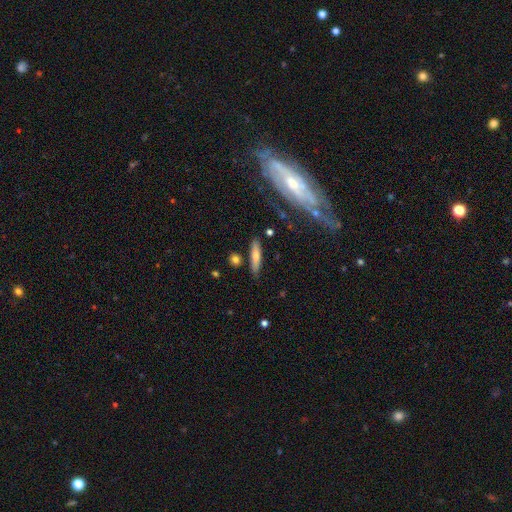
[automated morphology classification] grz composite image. It shows a smooth galaxy with no disk features (62%) that is cigar-shaped (79%). Merging: none (80%).